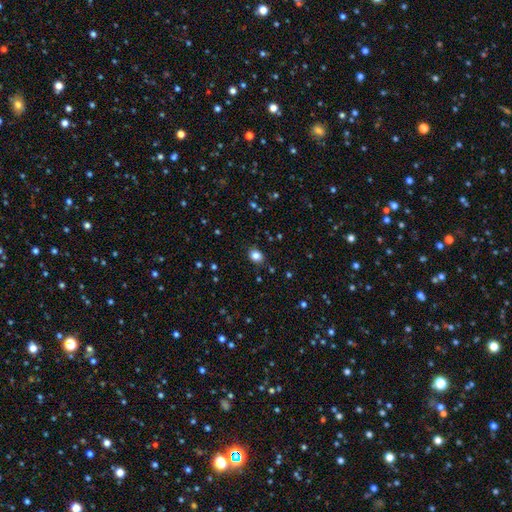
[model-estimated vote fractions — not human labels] Morphology: type=smooth (83%); roundness=round (53%); merging=none (87%).